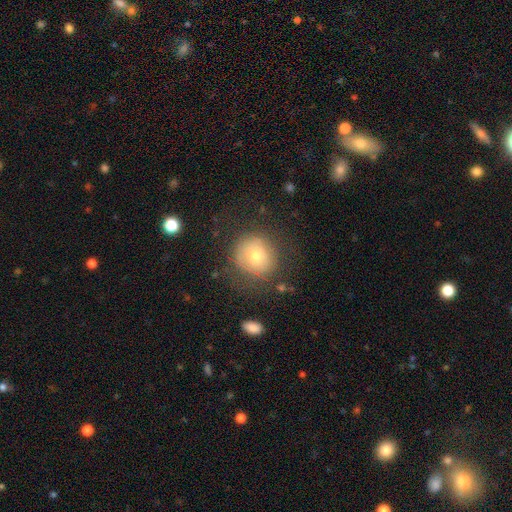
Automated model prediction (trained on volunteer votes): A smooth galaxy with no disk features (68%) that is round (89%). Merging: none (72%).